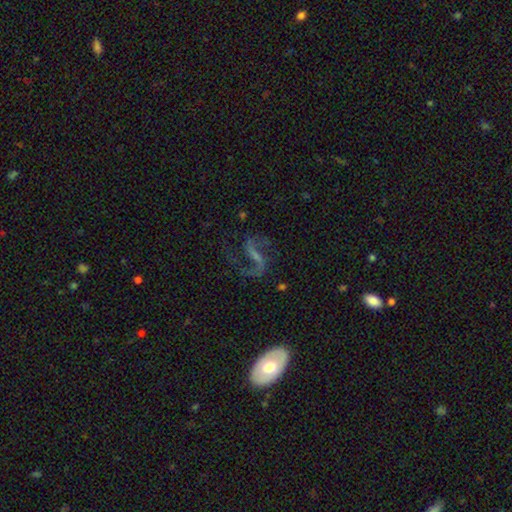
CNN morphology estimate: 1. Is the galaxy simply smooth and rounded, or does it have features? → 82% featured or disk, 10% star or artifact, 8% smooth.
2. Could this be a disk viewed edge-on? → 96% no, 4% yes.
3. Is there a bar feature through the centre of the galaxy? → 40% strong, 38% weak, 22% no.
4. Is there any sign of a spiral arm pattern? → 93% yes, 7% no.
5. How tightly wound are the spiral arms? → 64% loose, 29% medium, 6% tight.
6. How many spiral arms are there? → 89% 2, 5% 1, 3% can't tell, 1% 3, 1% 4, 1% more than 4.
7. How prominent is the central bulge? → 43% small, 35% none, 18% moderate, 3% large, 1% dominant.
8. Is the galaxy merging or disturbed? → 66% none, 16% major disturbance, 15% minor disturbance, 3% merger.